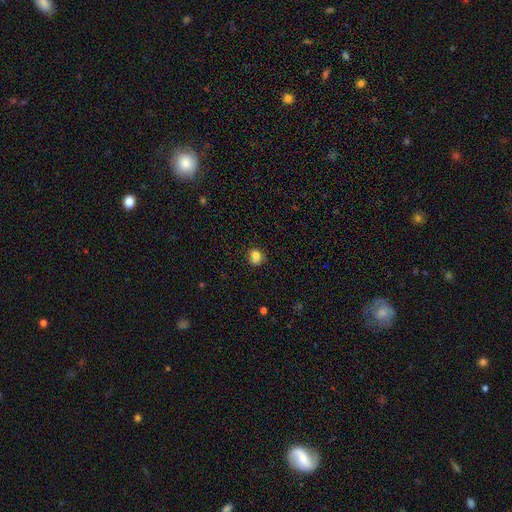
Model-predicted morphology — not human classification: smooth_or_featured: smooth (p=0.81) [alt: star or artifact p=0.12]
how_rounded: round (p=0.69) [alt: in between p=0.30]
merging: none (p=0.64) [alt: minor disturbance p=0.24]